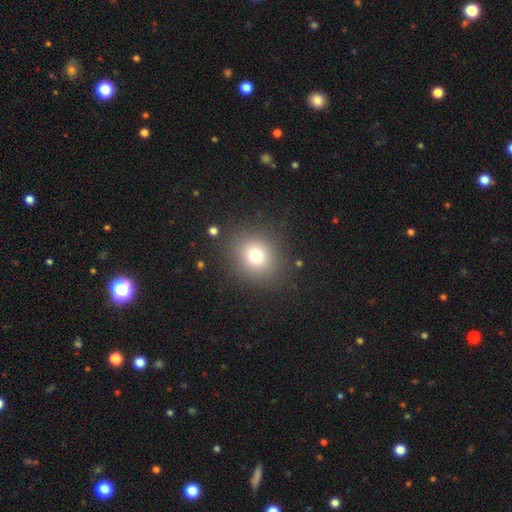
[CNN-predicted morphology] A smooth galaxy with no disk features (75%) that is round (81%).

Vote fractions:
- Smooth or featured? smooth: 75% / star or artifact: 15% / featured or disk: 10%
- How rounded? round: 81% / in between: 18% / cigar-shaped: 1%
- Merging? none: 86% / minor disturbance: 8% / major disturbance: 4% / merger: 2%